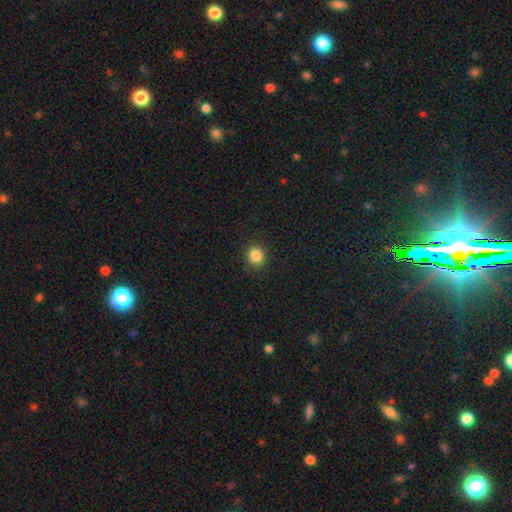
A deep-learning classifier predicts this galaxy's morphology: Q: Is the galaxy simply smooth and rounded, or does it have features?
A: smooth — 85%.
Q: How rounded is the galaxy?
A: round — 87%.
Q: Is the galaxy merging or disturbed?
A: none — 90%.